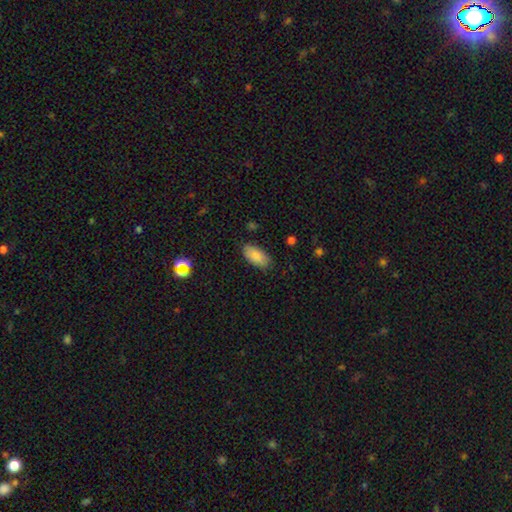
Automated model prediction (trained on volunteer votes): smooth 85%, featured or disk 7%, star or artifact 7%. Down the decision tree: how rounded — in between (92%); merging — none (83%).